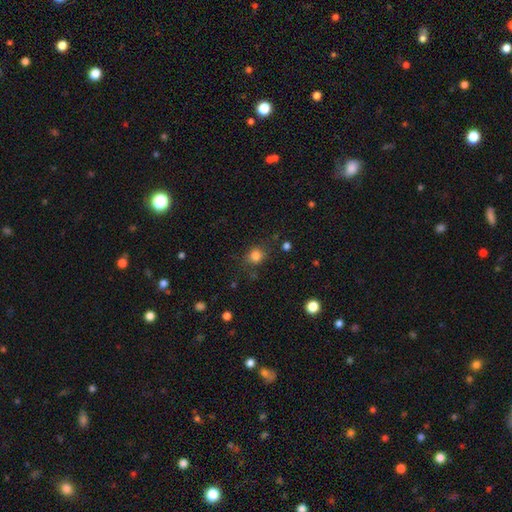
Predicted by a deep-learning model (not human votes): Smooth or featured: smooth — 82% (star or artifact — 13%)
How rounded: round — 72% (in between — 27%)
Merging: none — 77% (minor disturbance — 15%)